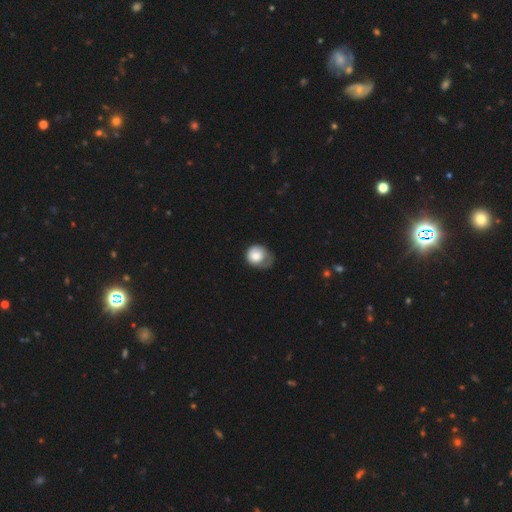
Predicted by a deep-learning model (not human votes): smooth 73%, featured or disk 20%, star or artifact 7%. Down the decision tree: how rounded — round (71%); merging — minor disturbance (37%).